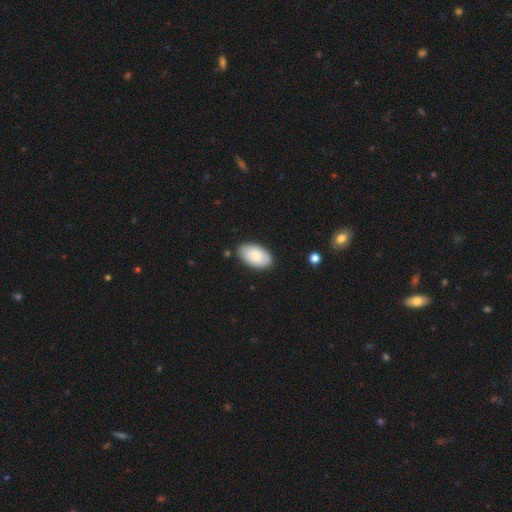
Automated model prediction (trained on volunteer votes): This is clearly a smooth galaxy (85%). How rounded: clearly in between (95%). Merging: clearly none (84%).